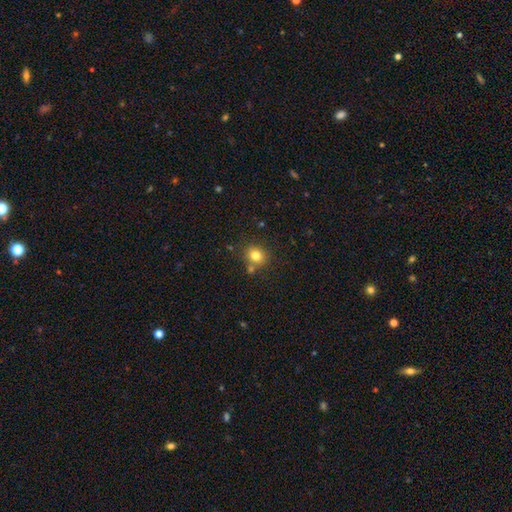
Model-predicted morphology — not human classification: smooth_or_featured: smooth (p=0.80) [alt: star or artifact p=0.12]
how_rounded: round (p=0.77) [alt: in between p=0.22]
merging: none (p=0.75) [alt: merger p=0.12]